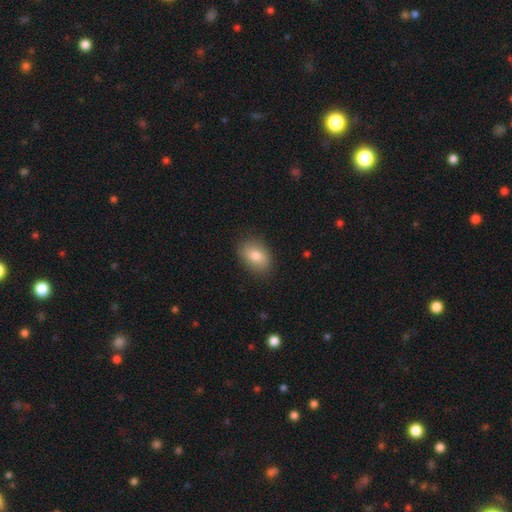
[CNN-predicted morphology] Smooth or featured?
  - smooth: 80% *
  - featured or disk: 12%
  - star or artifact: 8%
How rounded?
  - in between: 81% *
  - round: 17%
  - cigar-shaped: 2%
Merging?
  - none: 84% *
  - minor disturbance: 12%
  - major disturbance: 3%
  - merger: 1%